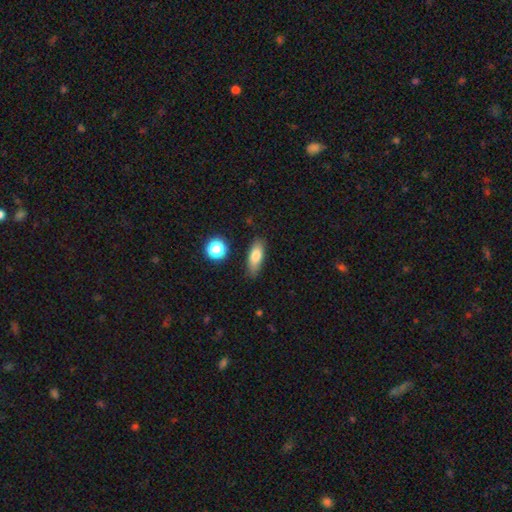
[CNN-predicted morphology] A smooth galaxy with no disk features (78%) that is in between round and cigar-shaped (68%). Merging: none (81%).